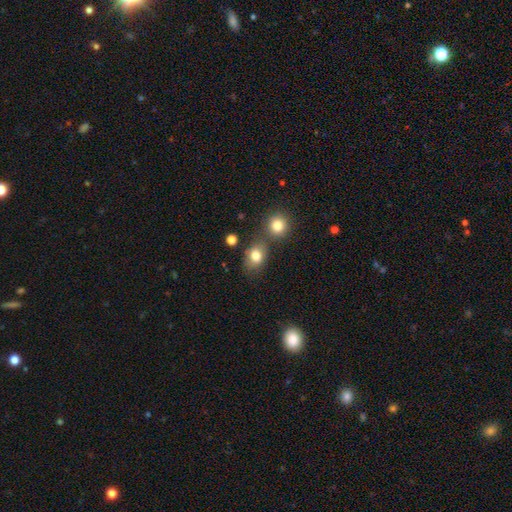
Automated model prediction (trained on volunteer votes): Morphology: type=smooth (80%); roundness=in between (56%); merging=none (58%).